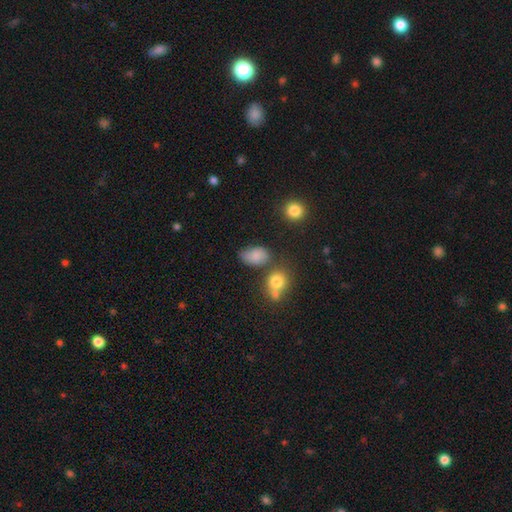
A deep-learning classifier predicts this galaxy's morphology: Smooth or featured? smooth (79%)
How rounded? in between (83%)
Merging? none (56%)